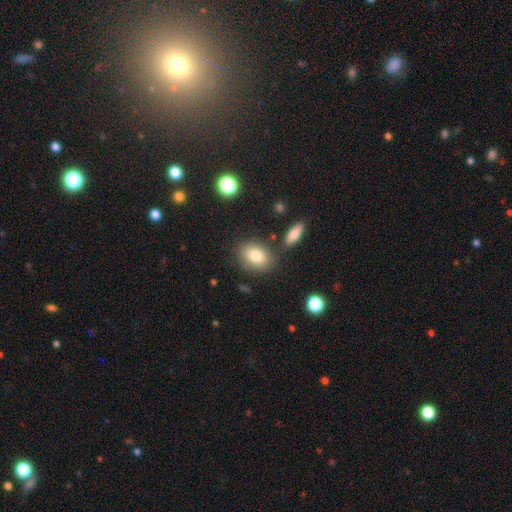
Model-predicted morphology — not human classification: This appears to be a smooth galaxy with no disk features (80%) that is in between round and cigar-shaped (74%). Merging: none (78%).